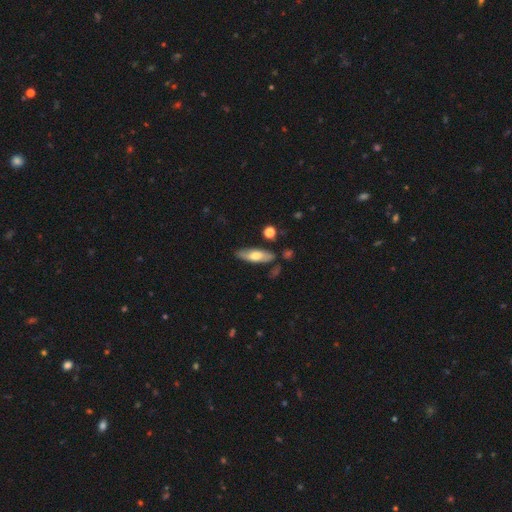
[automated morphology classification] type=smooth (58%); roundness=in between (56%); merging=none (79%).